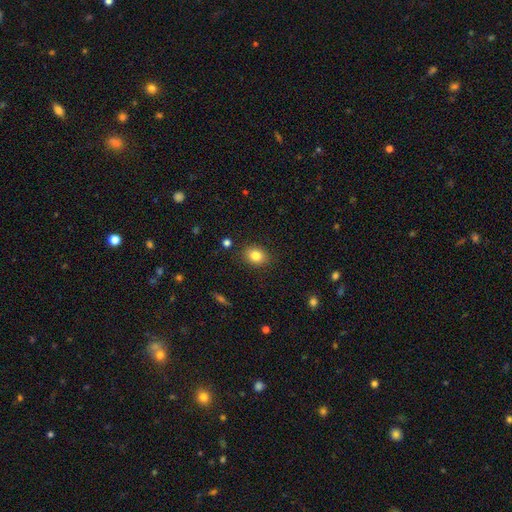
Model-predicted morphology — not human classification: smooth-or-featured: smooth: 82% | star or artifact: 10% | featured or disk: 8%
  how-rounded: in between: 58% | round: 41% | cigar-shaped: 1%
  merging: none: 87% | minor disturbance: 9% | major disturbance: 3% | merger: 2%